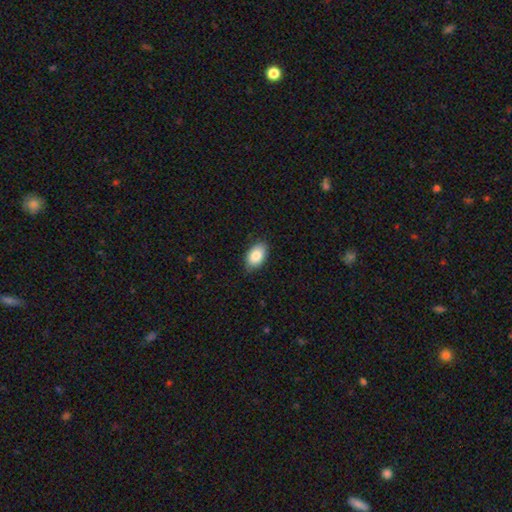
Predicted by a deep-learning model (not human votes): smooth-or-featured: smooth: 86% | featured or disk: 7% | star or artifact: 7%
  how-rounded: in between: 92% | round: 7% | cigar-shaped: 1%
  merging: none: 85% | minor disturbance: 12% | major disturbance: 2% | merger: 1%